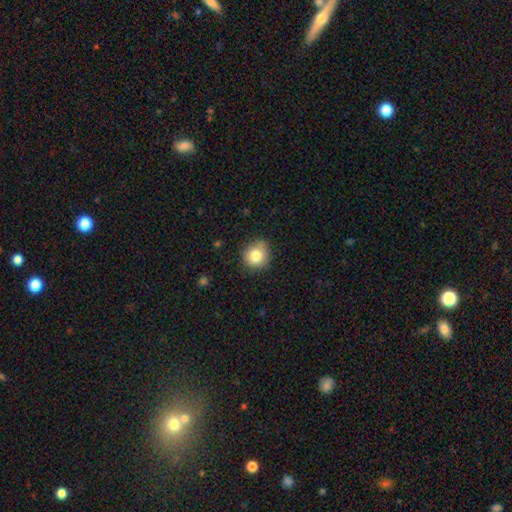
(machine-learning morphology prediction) This is clearly a smooth galaxy (81%). How rounded: clearly round (88%). Merging: likely none (77%).